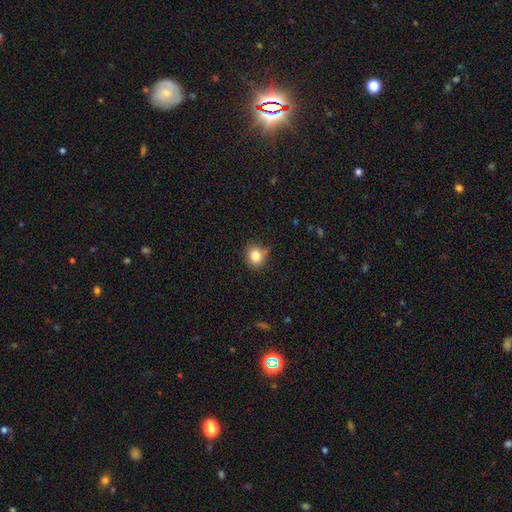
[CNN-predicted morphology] The model was most divided on "how rounded": round: 76%, in between: 23%, cigar-shaped: 1%. More confident: smooth or featured — smooth (83%); merging — none (74%).